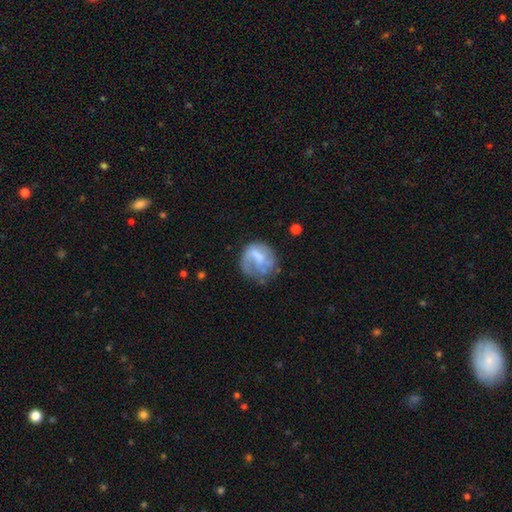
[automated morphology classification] A featured or disk galaxy (55%) with a weak bar (44%), spiral arms (59%) and no central bulge (40%). Merging: none (48%).